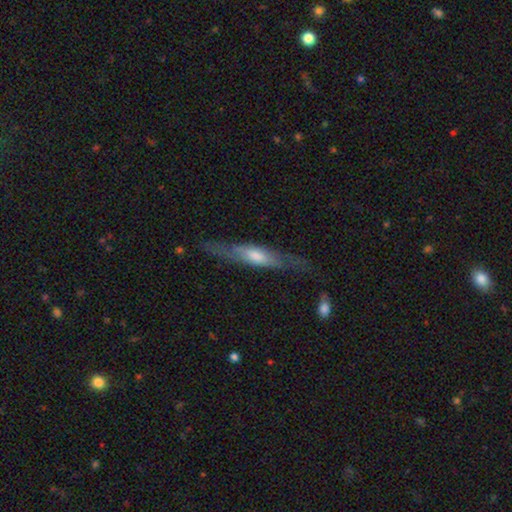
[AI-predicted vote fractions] Overall: featured or disk (60%; smooth 34%). Edge-on disk: yes (85%). Edge-on bulge: rounded (61%). Merging: none (75%).